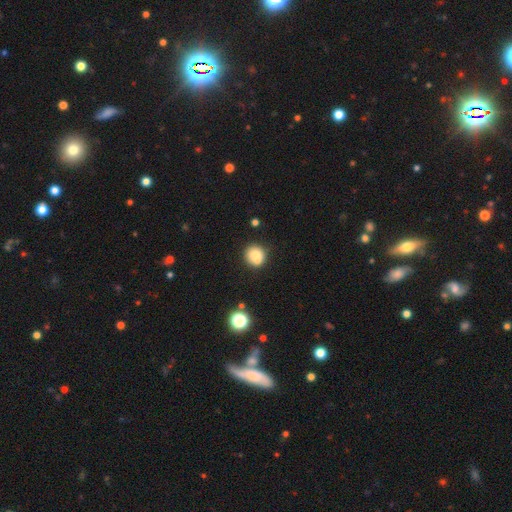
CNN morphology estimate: The model was most divided on "merging": none: 71%, minor disturbance: 17%, merger: 9%, major disturbance: 4%. More confident: how rounded — round (85%); smooth or featured — smooth (80%).